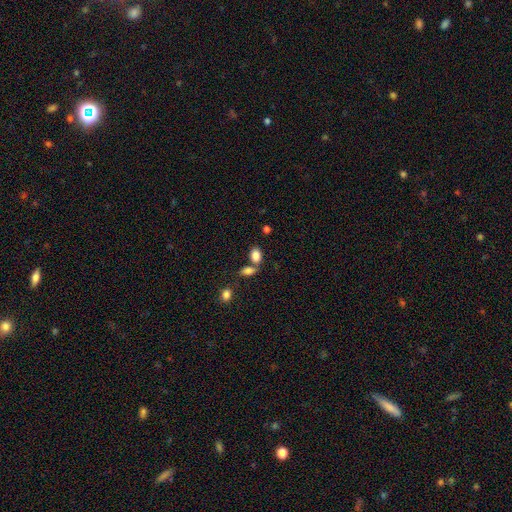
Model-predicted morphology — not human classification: A smooth galaxy with no disk features (85%) that is in between round and cigar-shaped (85%).

Vote fractions:
- Smooth or featured? smooth: 85% / star or artifact: 9% / featured or disk: 6%
- How rounded? in between: 85% / round: 13% / cigar-shaped: 2%
- Merging? none: 55% / merger: 30% / minor disturbance: 11% / major disturbance: 4%